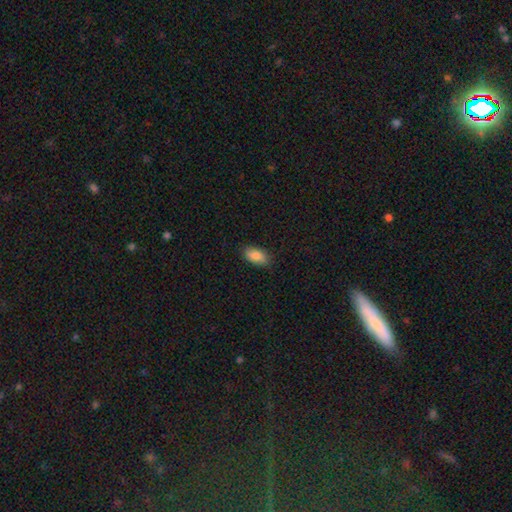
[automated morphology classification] This is clearly a smooth galaxy (86%). How rounded: clearly in between (93%). Merging: clearly none (87%).